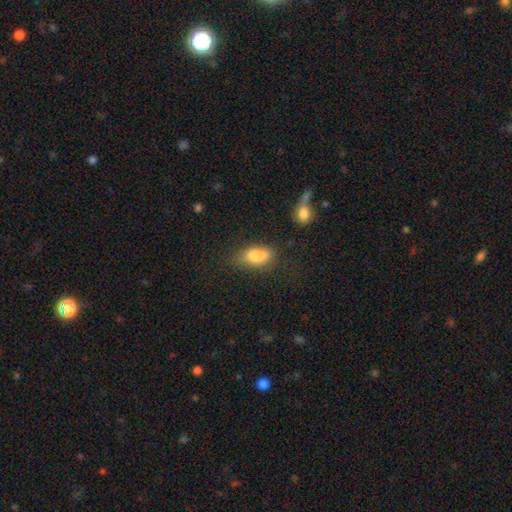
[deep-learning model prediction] Smooth or featured? smooth (78%)
How rounded? in between (84%)
Merging? none (47%)